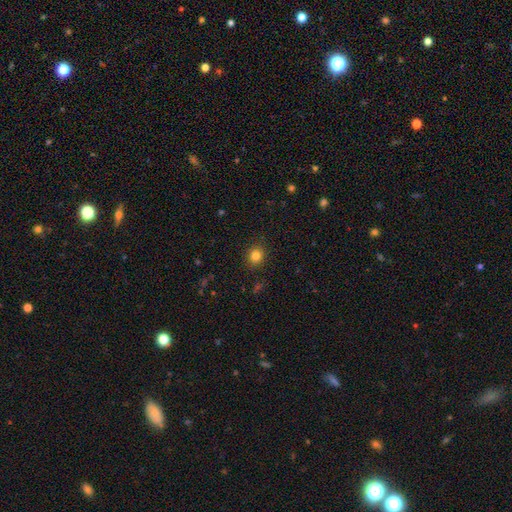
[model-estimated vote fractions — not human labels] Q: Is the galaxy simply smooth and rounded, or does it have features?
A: smooth — 83%.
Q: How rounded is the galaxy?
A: round — 79%.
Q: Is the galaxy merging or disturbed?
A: none — 90%.